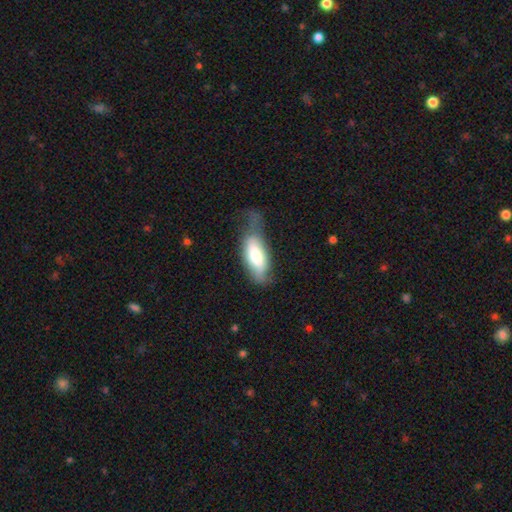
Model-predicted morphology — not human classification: A smooth galaxy with no disk features (69%) that is in between round and cigar-shaped (81%). Merging: minor disturbance (35%).